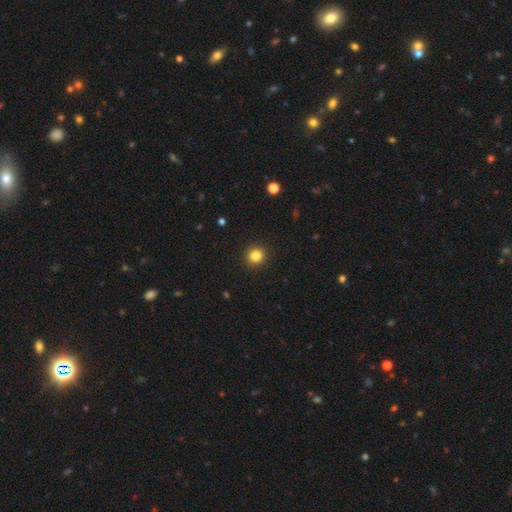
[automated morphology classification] A smooth galaxy with no disk features (84%) that is round (90%). Merging: none (93%).